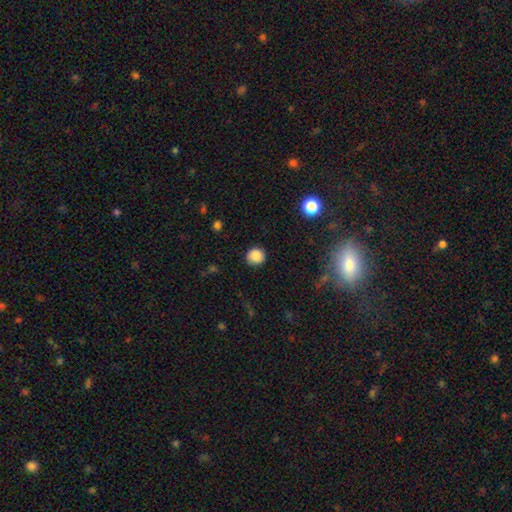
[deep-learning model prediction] The model was most divided on "smooth or featured": smooth: 87%, star or artifact: 10%, featured or disk: 3%. More confident: how rounded — round (91%); merging — none (88%).